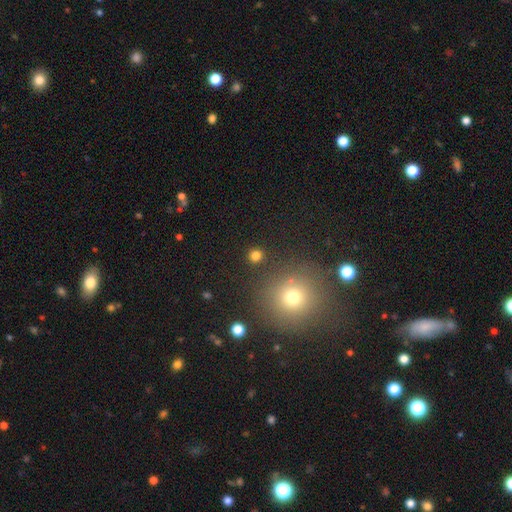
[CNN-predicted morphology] smooth-or-featured: smooth: 79% | star or artifact: 17% | featured or disk: 4%
  how-rounded: round: 91% | in between: 8% | cigar-shaped: 1%
  merging: none: 88% | minor disturbance: 6% | merger: 4% | major disturbance: 3%